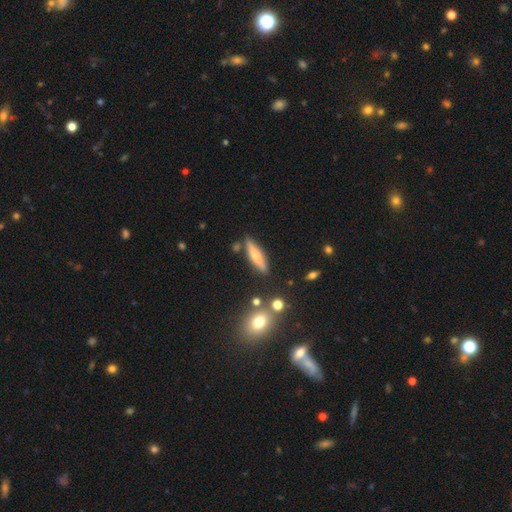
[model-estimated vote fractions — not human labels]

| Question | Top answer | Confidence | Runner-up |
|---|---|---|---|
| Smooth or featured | smooth | 59% | featured or disk (33%) |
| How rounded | cigar-shaped | 72% | in between (26%) |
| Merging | none | 79% | minor disturbance (12%) |